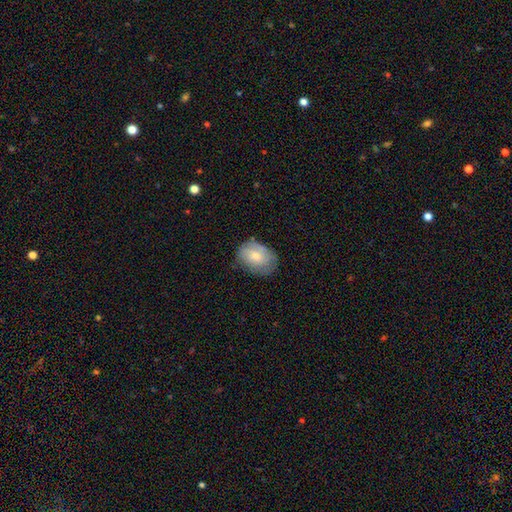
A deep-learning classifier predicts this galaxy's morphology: smooth 68%, featured or disk 25%, star or artifact 7%. Down the decision tree: how rounded — in between (78%); merging — none (67%).